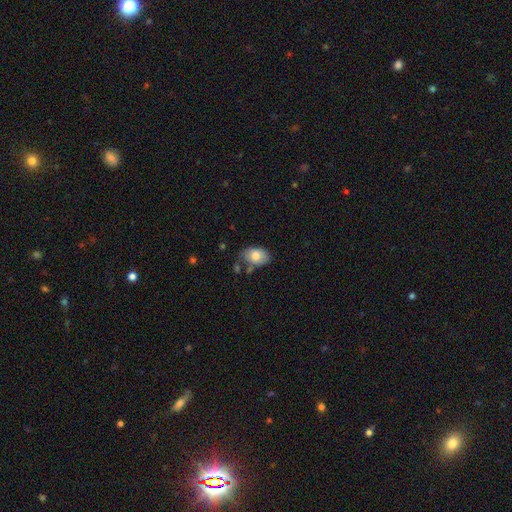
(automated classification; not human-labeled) Smooth or featured: smooth — 78% (featured or disk — 15%)
How rounded: in between — 87% (round — 12%)
Merging: none — 57% (minor disturbance — 26%)